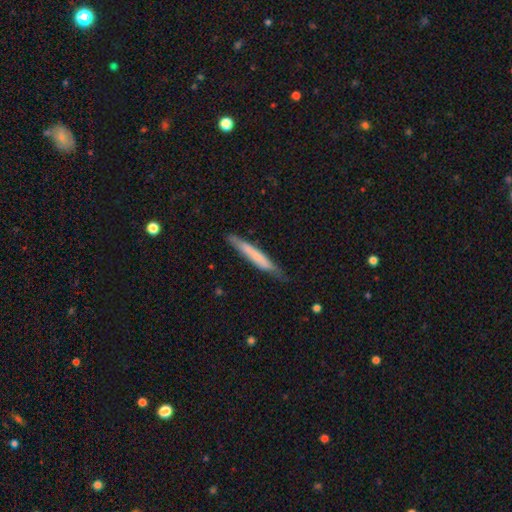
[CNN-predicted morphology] Smooth or featured? smooth (59%)
How rounded? cigar-shaped (95%)
Merging? none (77%)